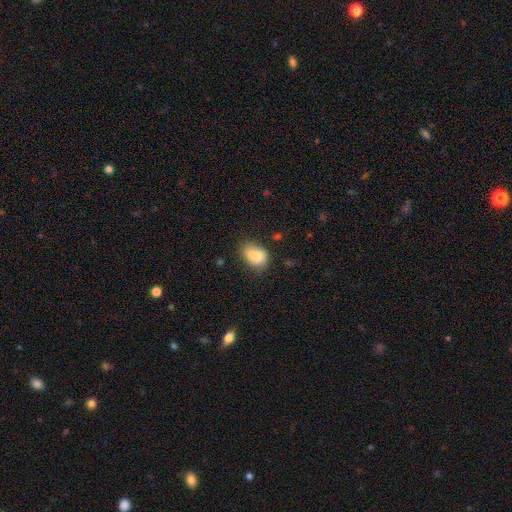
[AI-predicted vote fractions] Morphology: type=smooth (73%); roundness=in between (74%); merging=merger (41%).